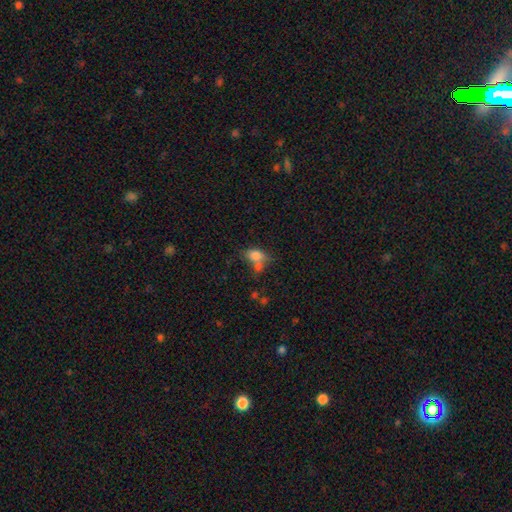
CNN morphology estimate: smooth-or-featured: smooth: 78% | featured or disk: 12% | star or artifact: 11%
  how-rounded: in between: 78% | round: 20% | cigar-shaped: 2%
  merging: merger: 37% (tied) | none: 37% (tied) | minor disturbance: 17% | major disturbance: 9%